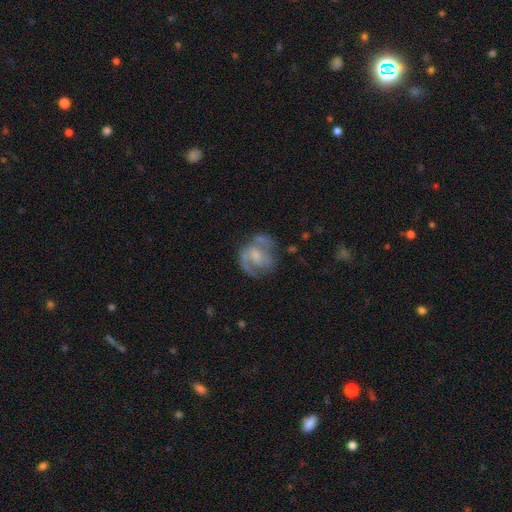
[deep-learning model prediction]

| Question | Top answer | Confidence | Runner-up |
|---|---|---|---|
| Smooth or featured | featured or disk | 64% | smooth (28%) |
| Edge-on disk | no | 97% | yes (3%) |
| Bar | no | 49% | weak (40%) |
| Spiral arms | yes | 66% | no (34%) |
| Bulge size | moderate | 36% | small (31%) |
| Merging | none | 49% | major disturbance (23%) |